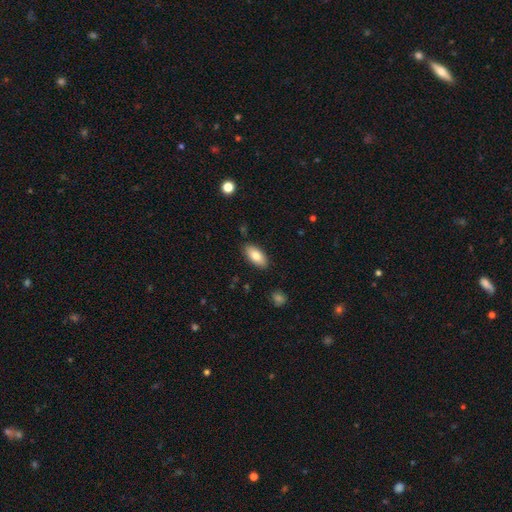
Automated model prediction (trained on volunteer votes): Morphology: type=smooth (80%); roundness=in between (91%); merging=none (86%).